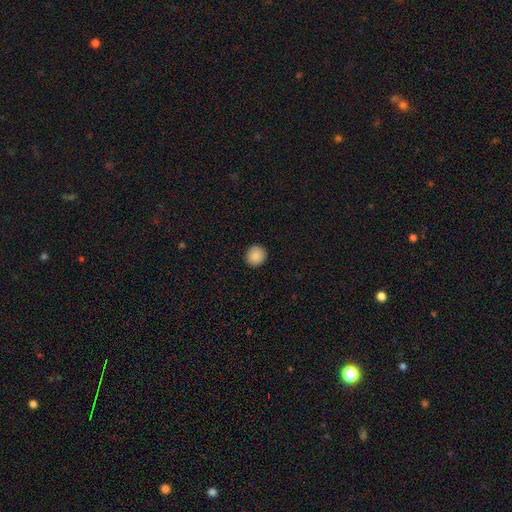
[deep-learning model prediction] A smooth galaxy with no disk features (89%) that is round (93%). Merging: none (92%).